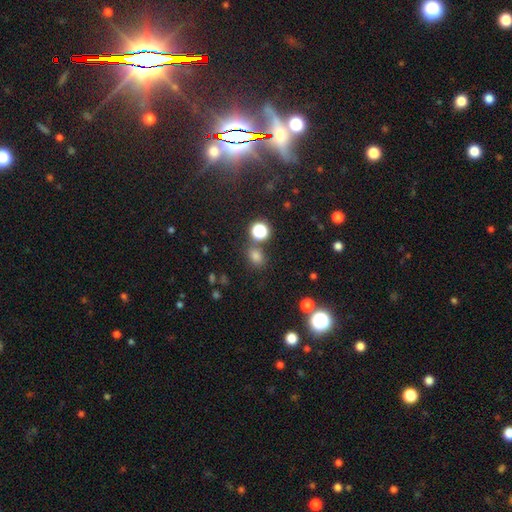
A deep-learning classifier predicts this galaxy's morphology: The model was most divided on "how rounded": in between: 50%, round: 48%, cigar-shaped: 1%. More confident: merging — none (76%); smooth or featured — smooth (72%).